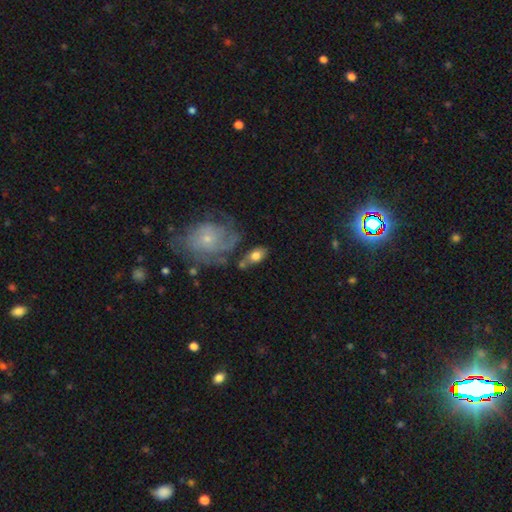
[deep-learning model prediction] This appears to be a smooth galaxy with no disk features (65%) that is in between round and cigar-shaped (83%). Merging: none (55%).